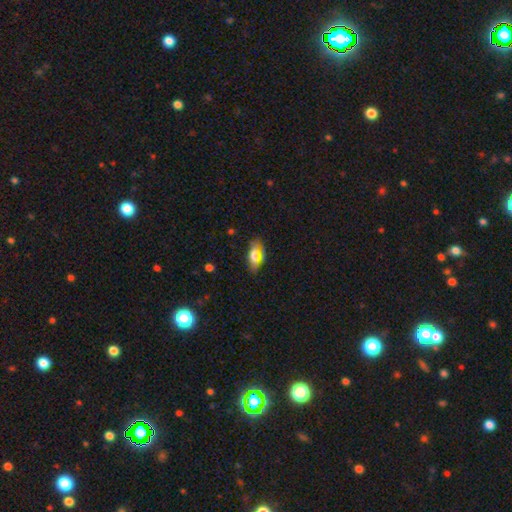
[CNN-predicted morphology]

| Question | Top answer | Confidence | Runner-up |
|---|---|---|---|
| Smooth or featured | smooth | 62% | featured or disk (27%) |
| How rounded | in between | 84% | cigar-shaped (12%) |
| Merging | none | 70% | minor disturbance (22%) |